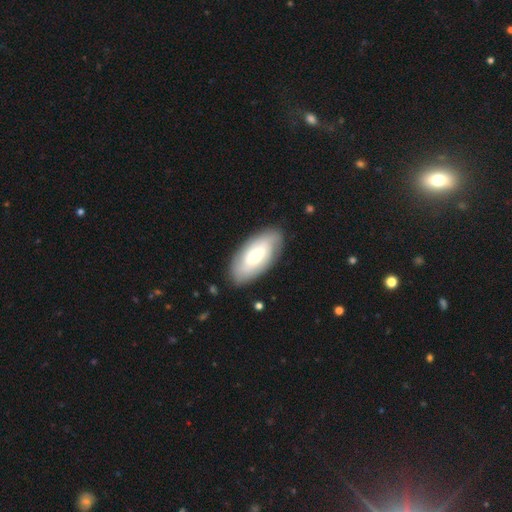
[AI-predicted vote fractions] Overall: smooth (49%; featured or disk 46%). Merging: none (84%).